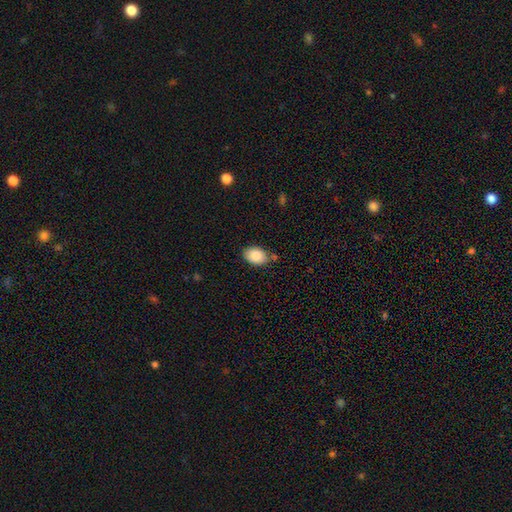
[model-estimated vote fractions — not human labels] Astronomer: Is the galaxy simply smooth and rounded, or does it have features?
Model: smooth — 86%.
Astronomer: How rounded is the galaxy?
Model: in between — 82%.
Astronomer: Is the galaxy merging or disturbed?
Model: none — 76%.